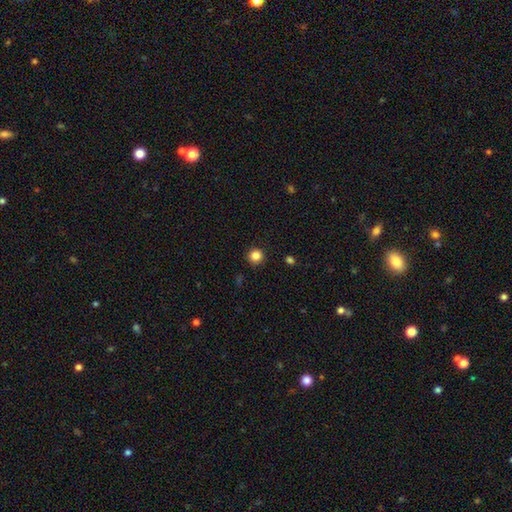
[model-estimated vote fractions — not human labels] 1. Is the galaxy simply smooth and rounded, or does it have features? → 84% smooth, 12% star or artifact, 4% featured or disk.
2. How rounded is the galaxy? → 95% round, 4% in between, 1% cigar-shaped.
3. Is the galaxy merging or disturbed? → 92% none, 5% minor disturbance, 2% major disturbance, 1% merger.